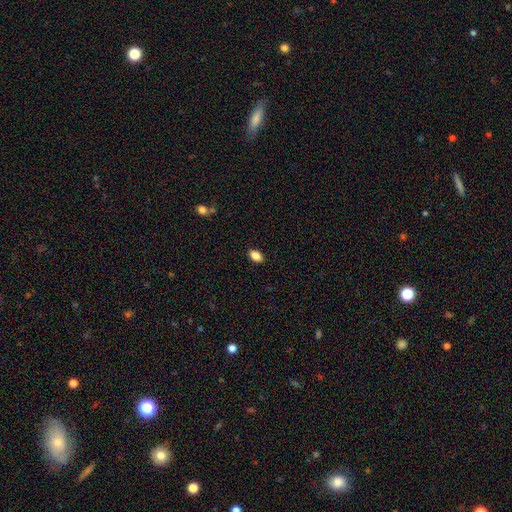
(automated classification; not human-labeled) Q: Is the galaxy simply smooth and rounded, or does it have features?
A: smooth — 87%.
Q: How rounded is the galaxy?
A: in between — 89%.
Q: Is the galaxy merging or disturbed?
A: none — 89%.